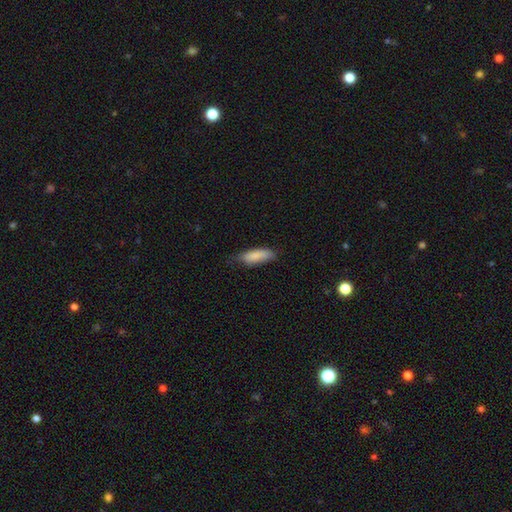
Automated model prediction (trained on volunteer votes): smooth 86%, featured or disk 8%, star or artifact 6%. Down the decision tree: how rounded — in between (62%); merging — none (62%).